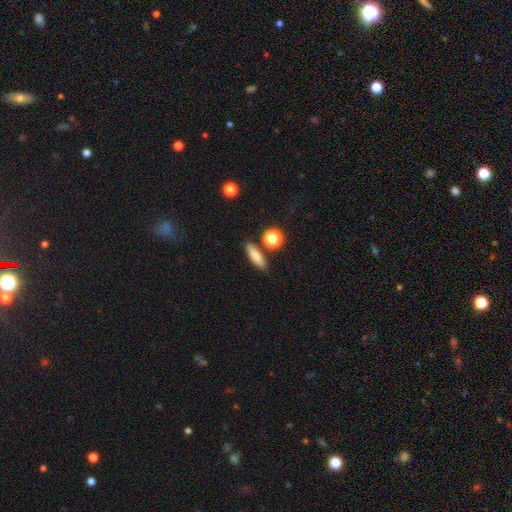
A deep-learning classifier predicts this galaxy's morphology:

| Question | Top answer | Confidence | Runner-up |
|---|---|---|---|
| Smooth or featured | smooth | 76% | featured or disk (15%) |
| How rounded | cigar-shaped | 52% | in between (41%) |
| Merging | none | 81% | minor disturbance (10%) |